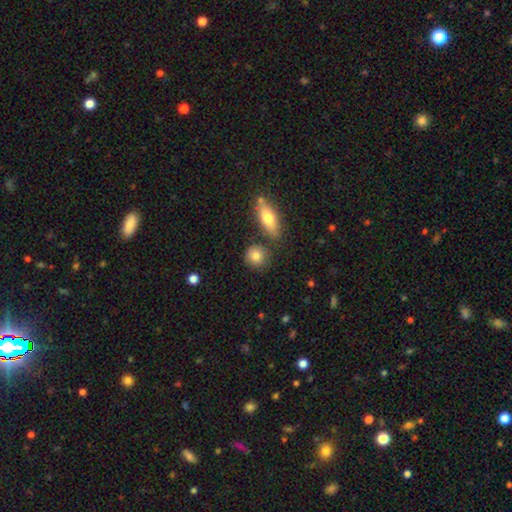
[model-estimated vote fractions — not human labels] Smooth or featured: smooth — 82% (featured or disk — 10%)
How rounded: round — 81% (in between — 16%)
Merging: none — 76% (minor disturbance — 11%)